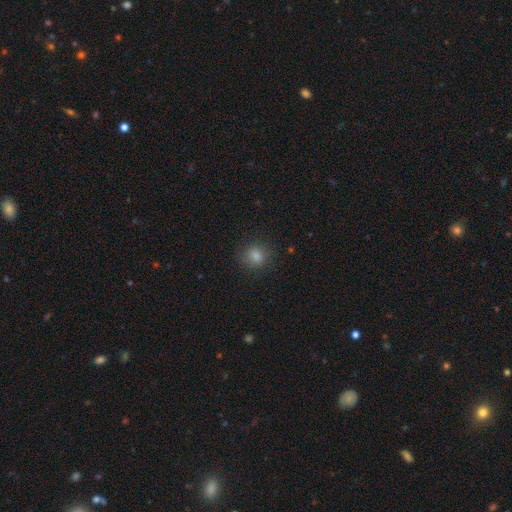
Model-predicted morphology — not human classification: Smooth or featured? smooth (78%)
How rounded? round (82%)
Merging? none (86%)